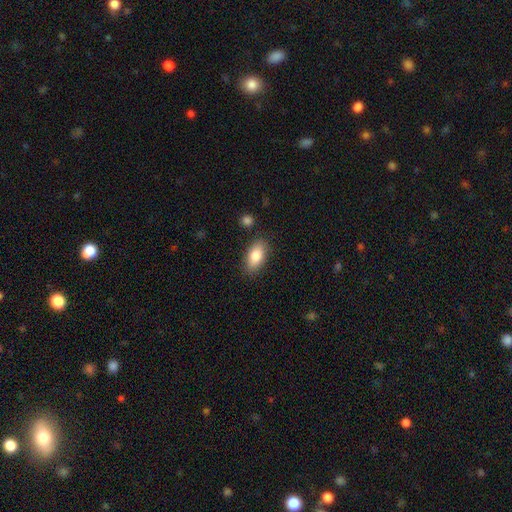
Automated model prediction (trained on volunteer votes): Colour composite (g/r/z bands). It shows a smooth galaxy with no disk features (84%) that is in between round and cigar-shaped (91%). Merging: none (84%).